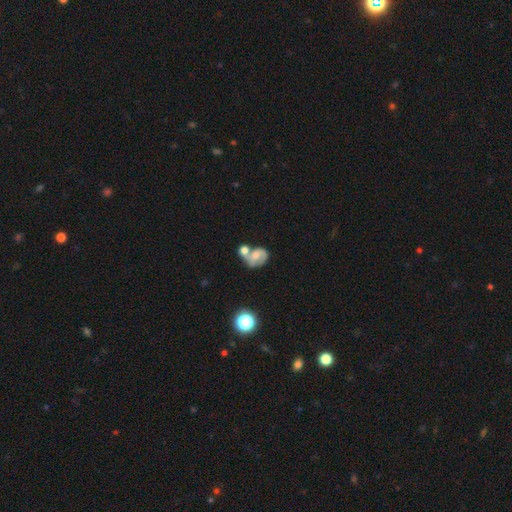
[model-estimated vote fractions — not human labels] smooth_or_featured: featured or disk (p=0.61) [alt: smooth p=0.30]
disk_edge_on: no (p=0.98) [alt: yes p=0.02]
bar: no (p=0.54) [alt: weak p=0.37]
has_spiral_arms: yes (p=0.81) [alt: no p=0.19]
bulge_size: small (p=0.36) [tied with: moderate p=0.36]
merging: merger (p=0.47) [alt: none p=0.29]